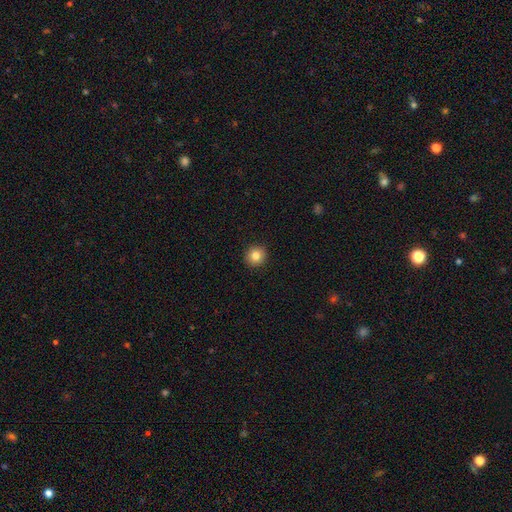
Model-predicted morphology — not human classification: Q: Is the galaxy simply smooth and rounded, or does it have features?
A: smooth — 82%.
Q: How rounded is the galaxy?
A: round — 93%.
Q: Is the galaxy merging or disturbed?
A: none — 93%.